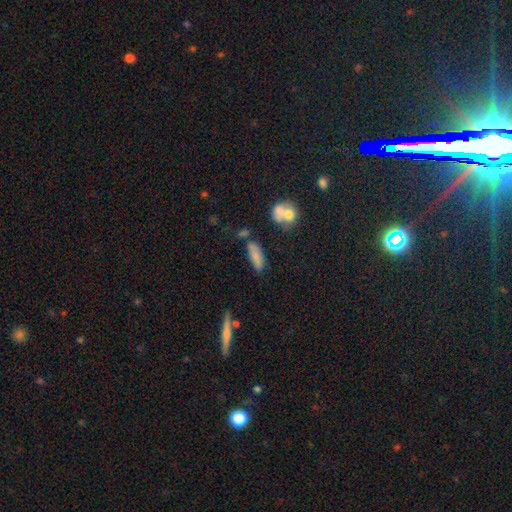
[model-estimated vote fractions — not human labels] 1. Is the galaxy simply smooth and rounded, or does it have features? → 75% smooth, 16% featured or disk, 10% star or artifact.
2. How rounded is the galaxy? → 61% in between, 36% cigar-shaped, 3% round.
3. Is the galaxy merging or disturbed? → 55% none, 23% minor disturbance, 13% merger, 8% major disturbance.